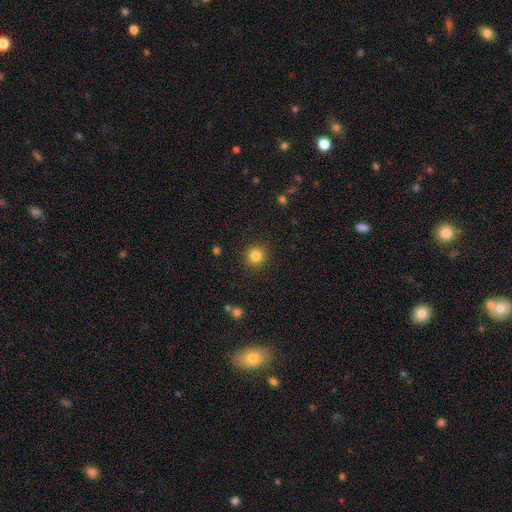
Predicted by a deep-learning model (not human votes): Smooth or featured?
  - smooth: 84% *
  - star or artifact: 11%
  - featured or disk: 5%
How rounded?
  - round: 94% *
  - in between: 5%
  - cigar-shaped: 1%
Merging?
  - none: 91% *
  - minor disturbance: 6%
  - major disturbance: 2%
  - merger: 1%